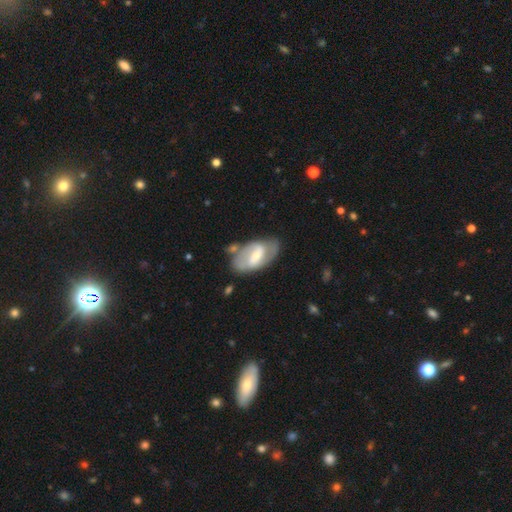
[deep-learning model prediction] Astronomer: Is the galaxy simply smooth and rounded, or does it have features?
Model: featured or disk — 69%.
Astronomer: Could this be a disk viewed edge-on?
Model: no — 95%.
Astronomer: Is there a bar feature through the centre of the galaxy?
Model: strong — 45% (runner-up: weak, 42%).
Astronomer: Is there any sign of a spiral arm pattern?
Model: yes — 76%.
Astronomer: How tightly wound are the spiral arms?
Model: medium — 44% (runner-up: loose, 31%).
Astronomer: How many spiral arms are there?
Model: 2 — 77%.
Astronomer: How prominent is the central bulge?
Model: small — 46% (runner-up: moderate, 44%).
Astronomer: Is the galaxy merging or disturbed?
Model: none — 65%.